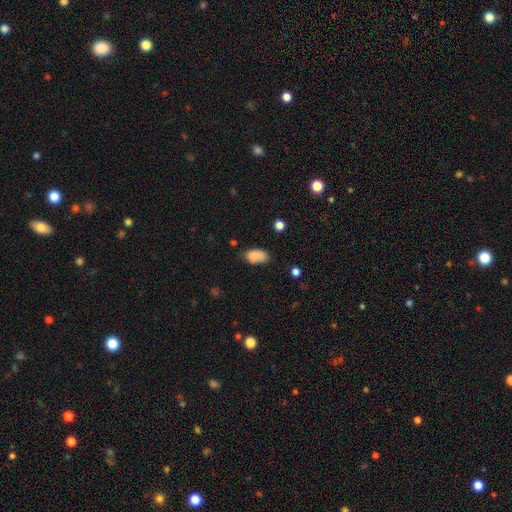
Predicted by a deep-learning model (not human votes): This is clearly a smooth galaxy (85%). How rounded: clearly in between (92%). Merging: likely none (65%).